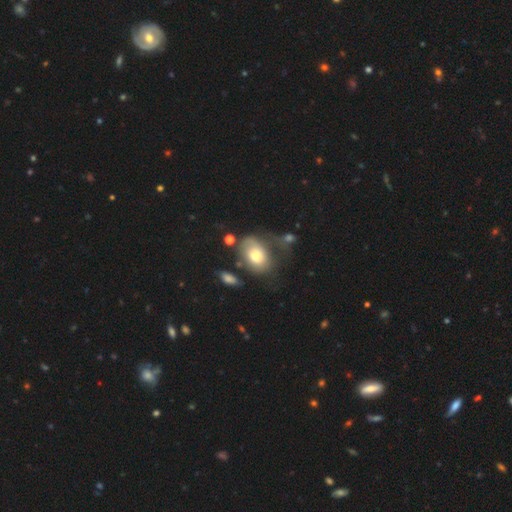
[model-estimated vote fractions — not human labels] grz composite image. It shows a smooth galaxy with no disk features (65%) that is in between round and cigar-shaped (75%). Merging: none (35%).